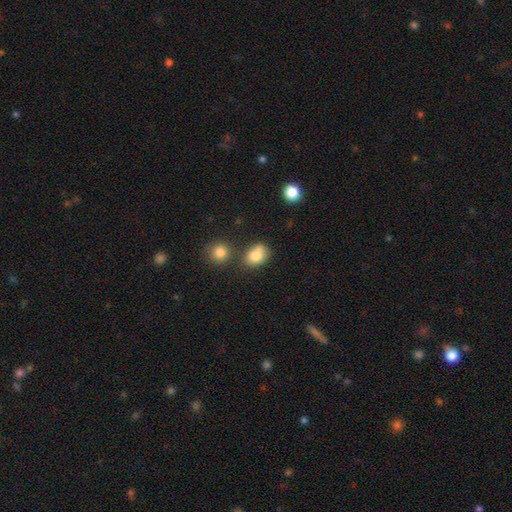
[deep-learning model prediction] Q: Smooth or featured?
A: smooth (81%); runner-up: star or artifact (10%)
Q: How rounded?
A: in between (66%); runner-up: round (33%)
Q: Merging?
A: none (52%); runner-up: minor disturbance (21%)